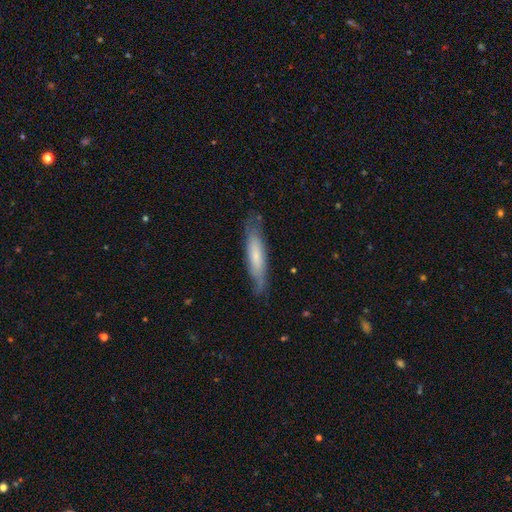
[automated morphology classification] smooth 51%, featured or disk 42%, star or artifact 6%. Down the decision tree: how rounded — cigar-shaped (82%); merging — none (77%).